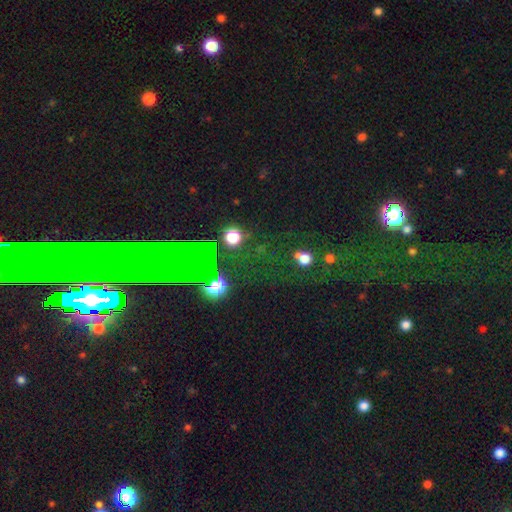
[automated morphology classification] This appears to be a star or artifact, not a galaxy (55%).